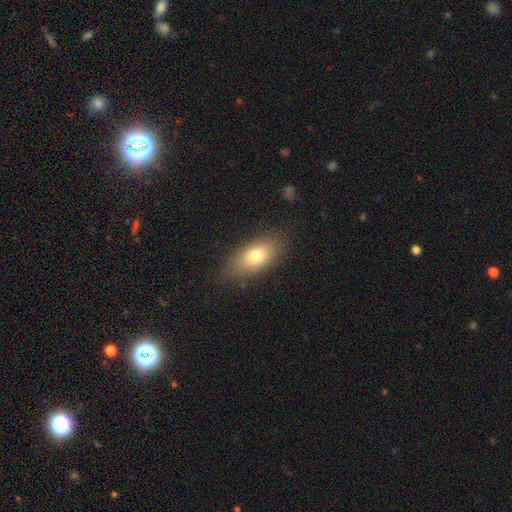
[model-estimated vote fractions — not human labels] Overall: smooth (76%). How rounded: in between (86%). Merging: none (82%).